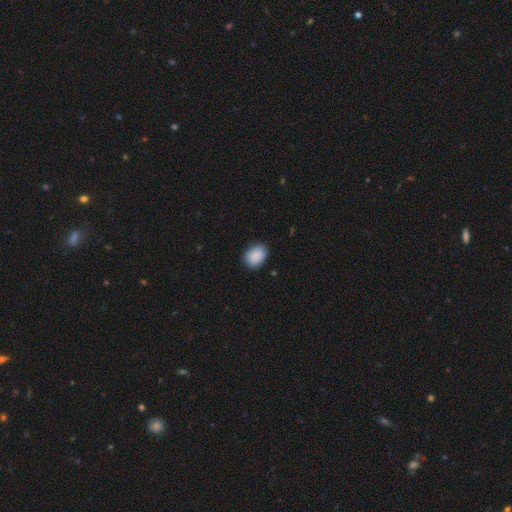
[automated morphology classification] smooth_or_featured: smooth (p=0.89) [alt: star or artifact p=0.07]
how_rounded: in between (p=0.71) [alt: round p=0.28]
merging: none (p=0.81) [alt: minor disturbance p=0.15]